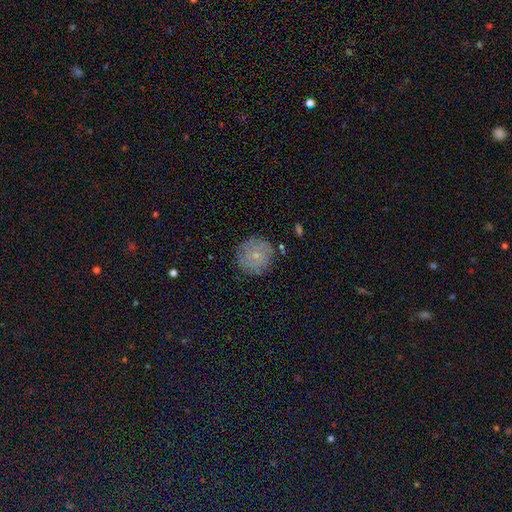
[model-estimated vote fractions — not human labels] Smooth or featured: featured or disk — 49% (smooth — 40%)
Merging: none — 82% (minor disturbance — 13%)